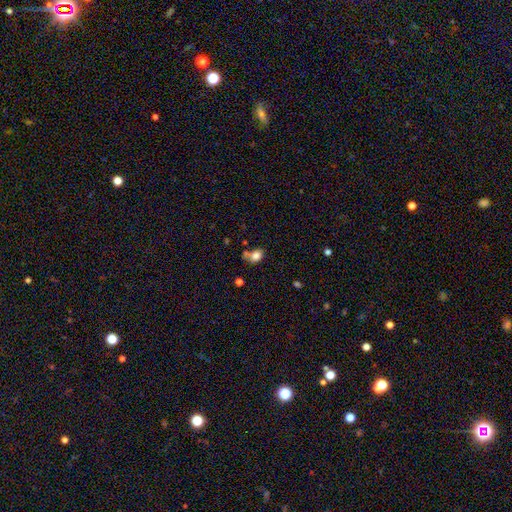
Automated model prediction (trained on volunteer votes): Smooth or featured?
  - smooth: 80% *
  - star or artifact: 11%
  - featured or disk: 9%
How rounded?
  - in between: 63% *
  - round: 36%
  - cigar-shaped: 1%
Merging?
  - none: 46% *
  - merger: 25%
  - minor disturbance: 20%
  - major disturbance: 9%